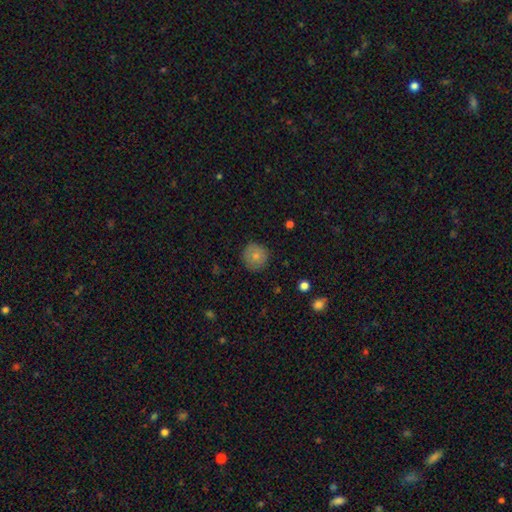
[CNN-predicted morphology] A smooth galaxy with no disk features (78%) that is round (93%). Merging: none (85%).